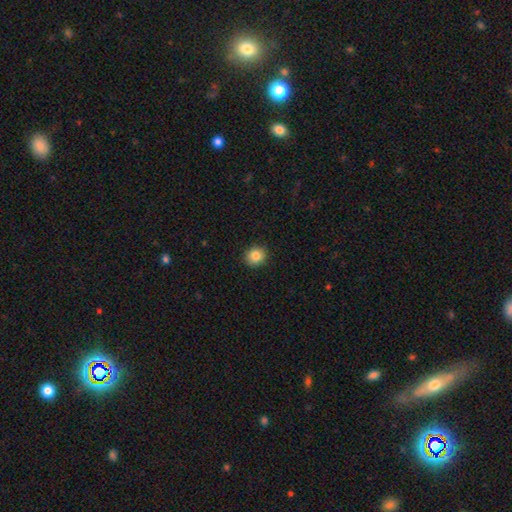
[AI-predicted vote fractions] The model was most divided on "how rounded": round: 86%, in between: 13%, cigar-shaped: 1%. More confident: merging — none (91%); smooth or featured — smooth (84%).